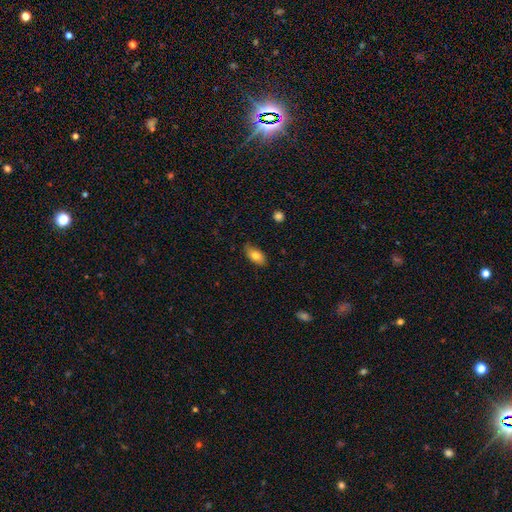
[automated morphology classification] Overall: smooth (78%). How rounded: in between (91%). Merging: none (79%).